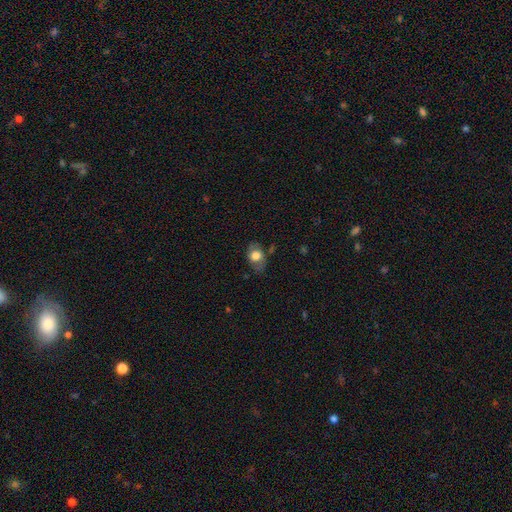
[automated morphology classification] Q: Smooth or featured?
A: smooth (67%); runner-up: featured or disk (26%)
Q: How rounded?
A: in between (74%); runner-up: round (24%)
Q: Merging?
A: none (68%); runner-up: minor disturbance (22%)